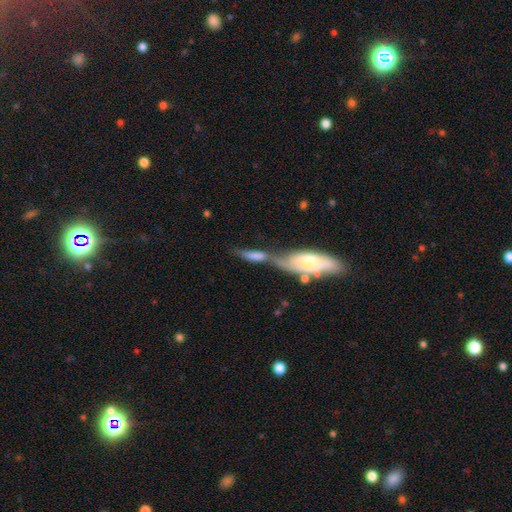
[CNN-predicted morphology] type=smooth (55%); roundness=cigar-shaped (49%); merging=merger (68%).